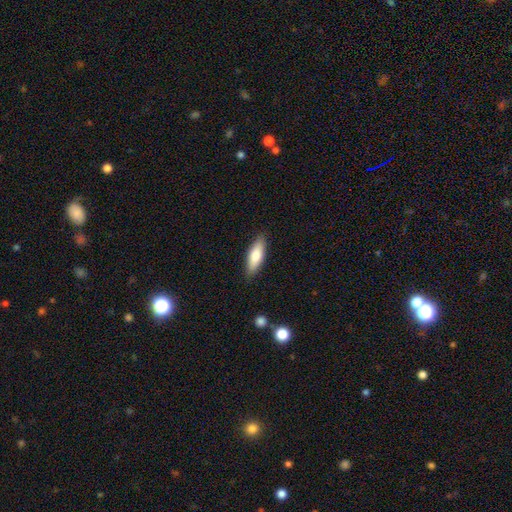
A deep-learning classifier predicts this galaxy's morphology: Smooth or featured? Predicted: smooth (p=0.74). How rounded? Predicted: in between (p=0.53). Merging? Predicted: none (p=0.87).